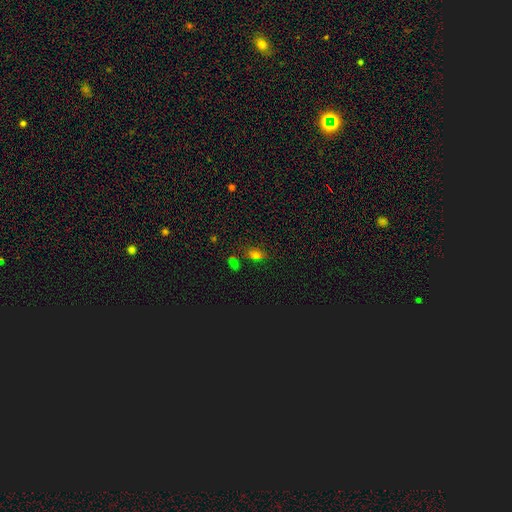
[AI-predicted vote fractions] A smooth galaxy with no disk features (61%) that is in between round and cigar-shaped (74%).

Vote fractions:
- Smooth or featured? smooth: 61% / star or artifact: 30% / featured or disk: 10%
- How rounded? in between: 74% / round: 20% / cigar-shaped: 5%
- Merging? none: 71% / minor disturbance: 15% / merger: 8% / major disturbance: 6%